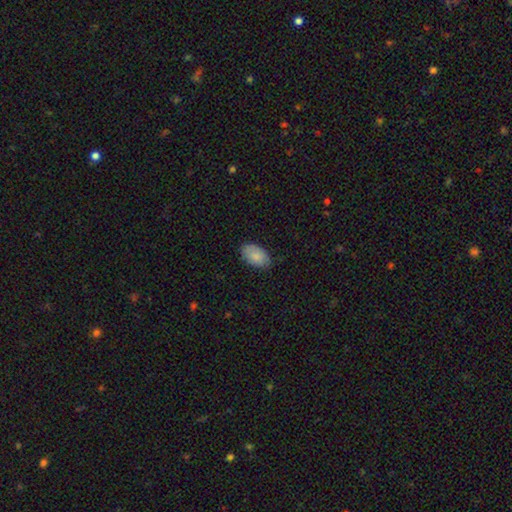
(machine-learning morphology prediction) A smooth galaxy with no disk features (85%) that is in between round and cigar-shaped (93%).

Vote fractions:
- Smooth or featured? smooth: 85% / featured or disk: 8% / star or artifact: 6%
- How rounded? in between: 93% / round: 5% / cigar-shaped: 1%
- Merging? none: 79% / minor disturbance: 17% / major disturbance: 3% / merger: 1%